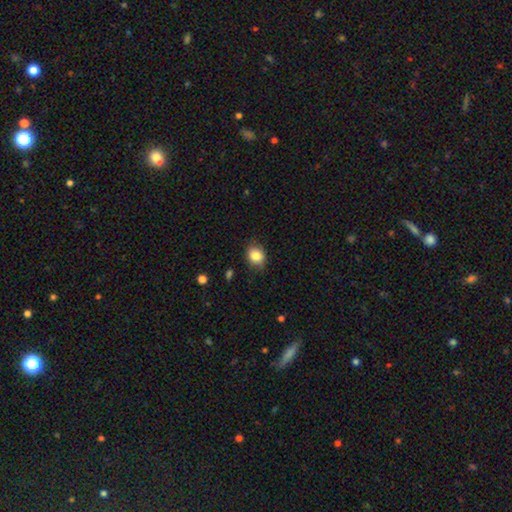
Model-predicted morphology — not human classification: Q: Smooth or featured?
A: smooth (85%); runner-up: star or artifact (9%)
Q: How rounded?
A: round (50%); runner-up: in between (49%)
Q: Merging?
A: none (82%); runner-up: minor disturbance (14%)